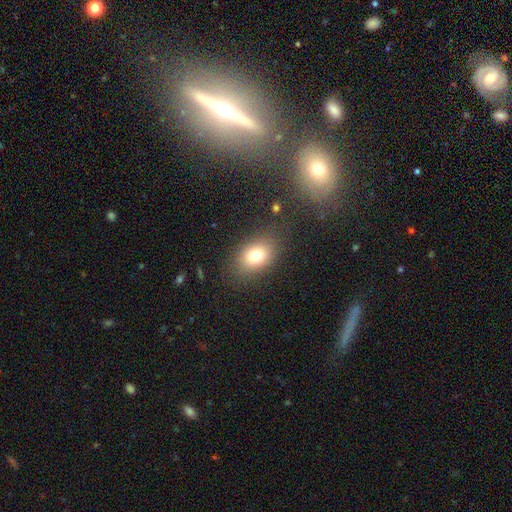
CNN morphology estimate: This appears to be a smooth galaxy with no disk features (76%) that is in between round and cigar-shaped (75%). Merging: none (80%).